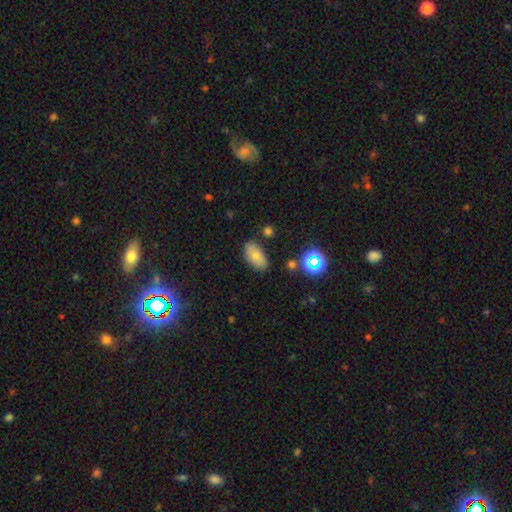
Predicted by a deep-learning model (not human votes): This is likely a smooth galaxy (72%). How rounded: clearly in between (91%). Merging: likely none (78%).